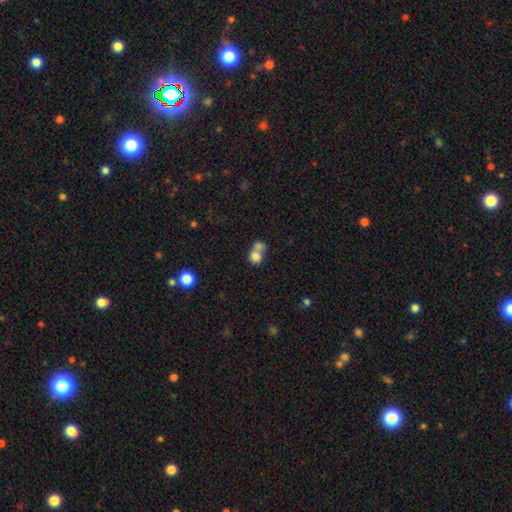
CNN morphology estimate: Smooth or featured? Predicted: smooth (p=0.78). How rounded? Predicted: round (p=0.68). Merging? Predicted: merger (p=0.66).